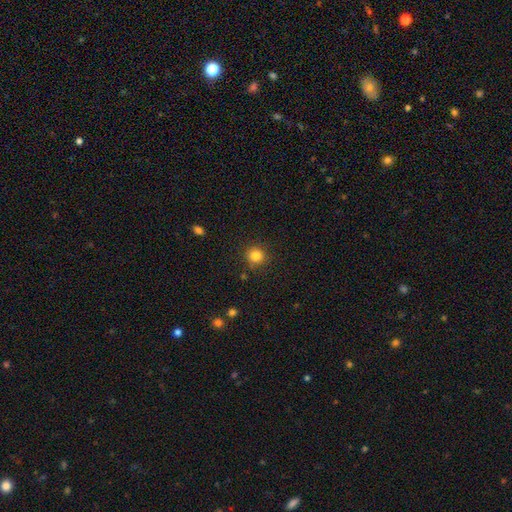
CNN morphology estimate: This appears to be a smooth galaxy with no disk features (83%) that is round (92%). Merging: none (88%).